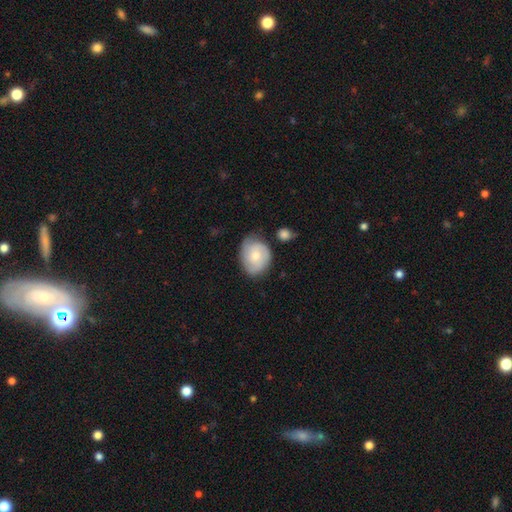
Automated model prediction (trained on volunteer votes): The model was most divided on "how rounded": round: 51%, in between: 48%, cigar-shaped: 1%. More confident: merging — none (62%); smooth or featured — smooth (51%).